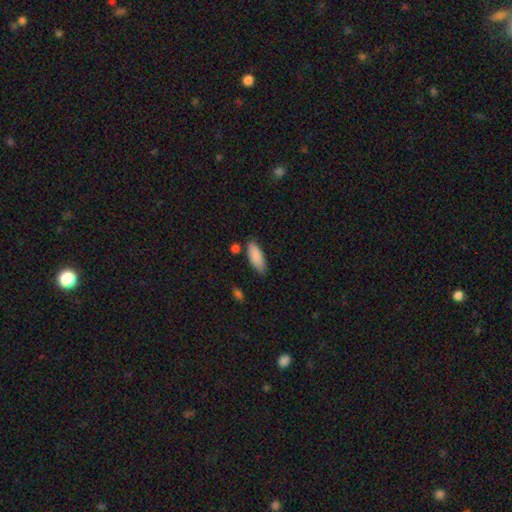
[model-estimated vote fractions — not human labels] Smooth or featured: smooth — 89% (star or artifact — 6%)
How rounded: in between — 75% (cigar-shaped — 23%)
Merging: none — 79% (minor disturbance — 14%)